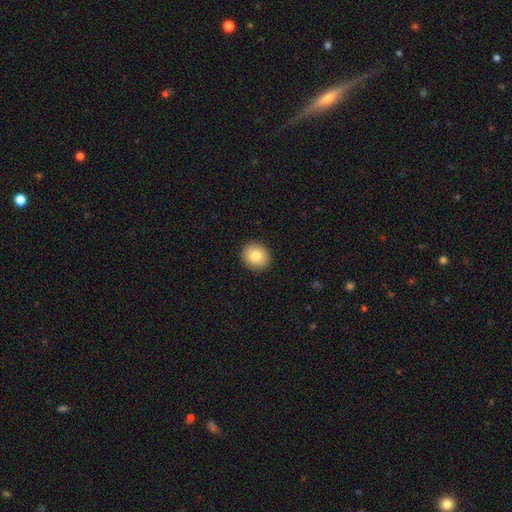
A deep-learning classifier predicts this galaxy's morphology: smooth-or-featured: smooth: 81% | featured or disk: 10% | star or artifact: 9%
  how-rounded: round: 79% | in between: 20% | cigar-shaped: 1%
  merging: none: 91% | minor disturbance: 6% | major disturbance: 2% | merger: 1%